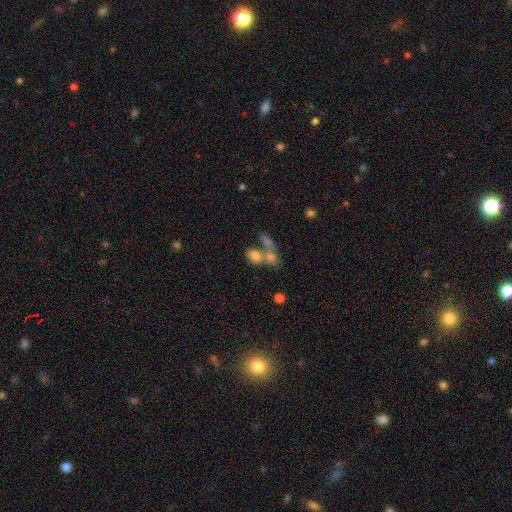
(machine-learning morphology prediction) Smooth or featured? smooth (72%)
How rounded? in between (63%)
Merging? merger (59%)